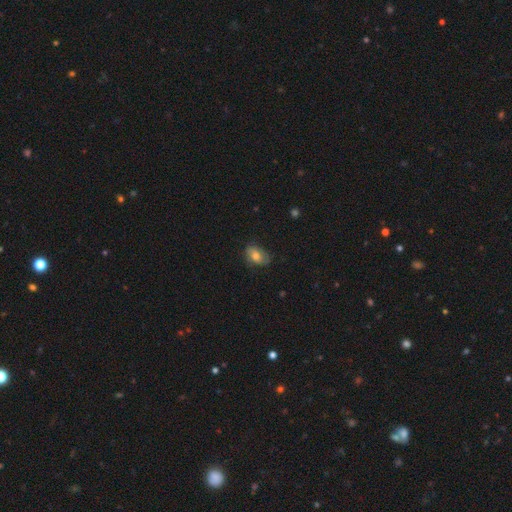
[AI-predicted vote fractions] A smooth galaxy with no disk features (67%) that is in between round and cigar-shaped (81%).

Vote fractions:
- Smooth or featured? smooth: 67% / featured or disk: 24% / star or artifact: 9%
- How rounded? in between: 81% / round: 17% / cigar-shaped: 2%
- Merging? none: 68% / minor disturbance: 25% / major disturbance: 6% / merger: 1%